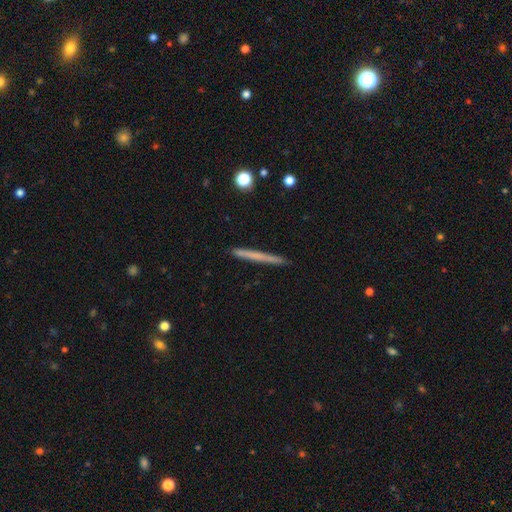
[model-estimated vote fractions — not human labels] smooth 59%, featured or disk 35%, star or artifact 6%. Down the decision tree: how rounded — cigar-shaped (97%); merging — none (91%).